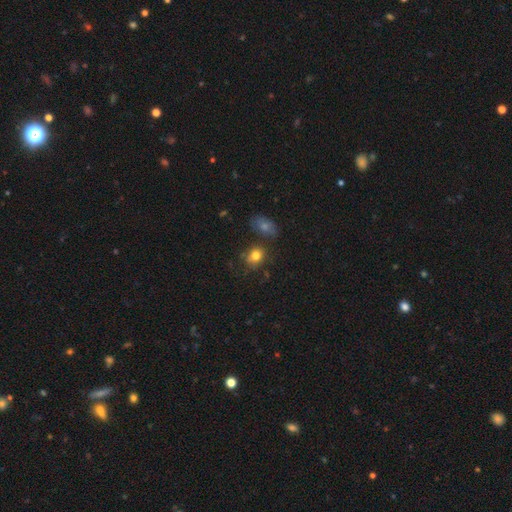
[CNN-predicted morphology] The model was most divided on "how rounded": round: 57%, in between: 41%, cigar-shaped: 1%. More confident: smooth or featured — smooth (79%); merging — none (64%).